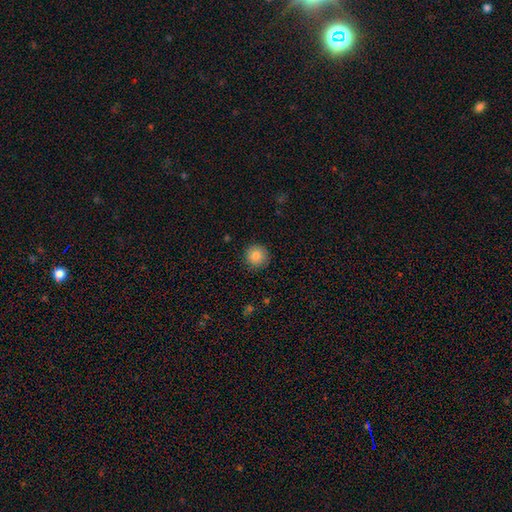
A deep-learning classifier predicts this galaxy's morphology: This appears to be a smooth galaxy with no disk features (85%) that is round (95%). Merging: none (90%).